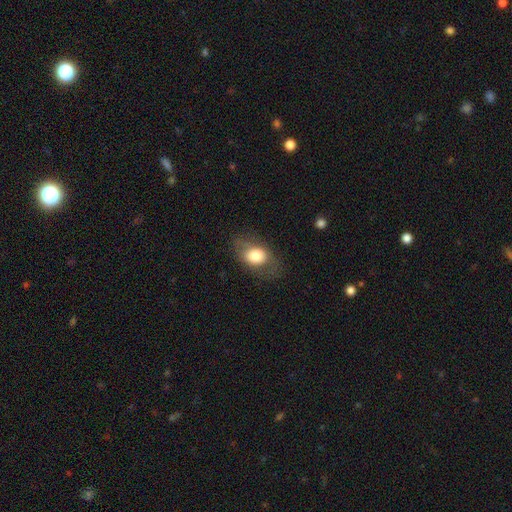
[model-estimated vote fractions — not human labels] The model was most divided on "how rounded": in between: 71%, round: 27%, cigar-shaped: 2%. More confident: smooth or featured — smooth (70%); merging — none (67%).